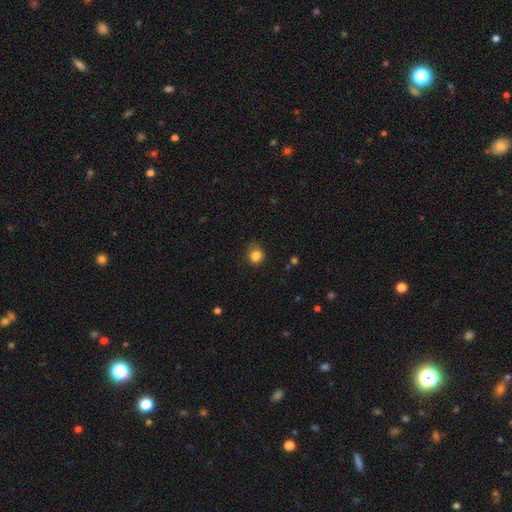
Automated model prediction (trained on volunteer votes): smooth 85%, star or artifact 11%, featured or disk 4%. Down the decision tree: how rounded — round (78%); merging — none (69%).